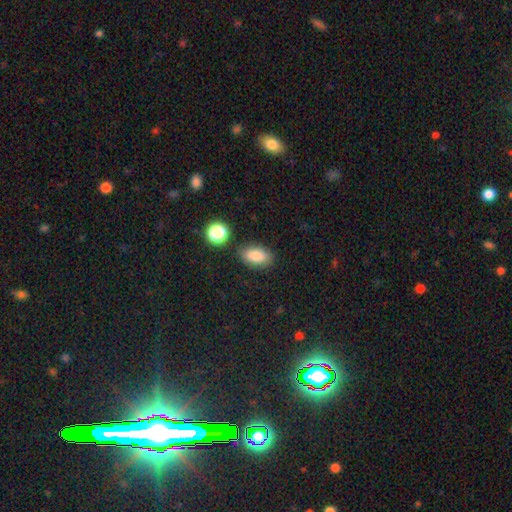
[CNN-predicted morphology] Smooth or featured: smooth — 85% (star or artifact — 9%)
How rounded: in between — 89% (round — 7%)
Merging: none — 82% (minor disturbance — 11%)